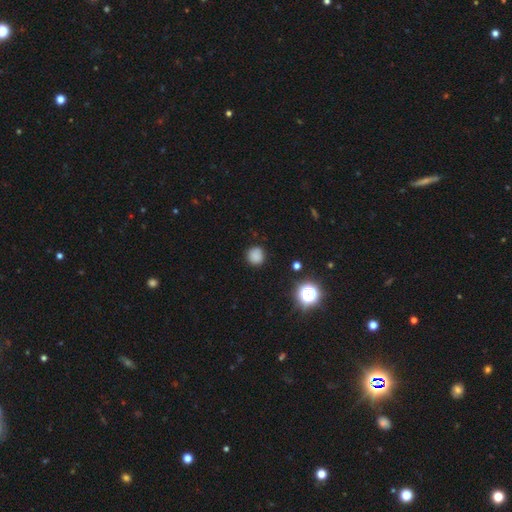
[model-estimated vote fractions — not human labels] Smooth or featured? Predicted: smooth (p=0.81). How rounded? Predicted: round (p=0.92). Merging? Predicted: none (p=0.87).